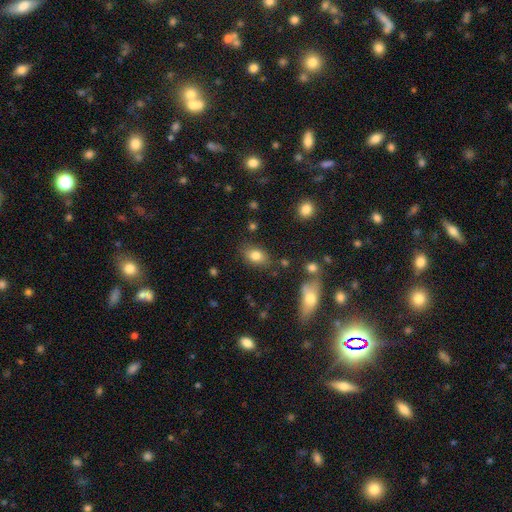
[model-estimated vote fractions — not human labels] smooth 81%, featured or disk 10%, star or artifact 9%. Down the decision tree: how rounded — in between (83%); merging — none (81%).